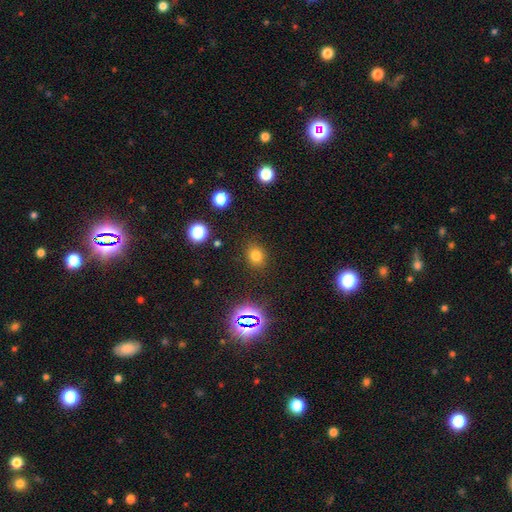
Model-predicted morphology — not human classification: The model was most divided on "how rounded": round: 69%, in between: 30%, cigar-shaped: 1%. More confident: merging — none (87%); smooth or featured — smooth (74%).